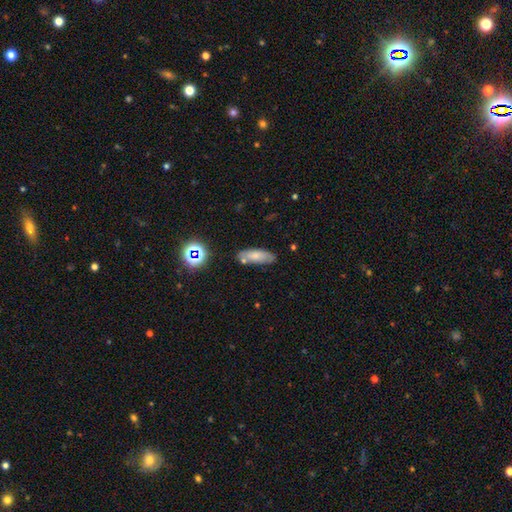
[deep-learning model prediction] This appears to be a smooth galaxy with no disk features (68%) that is in between round and cigar-shaped (68%). Merging: none (71%).